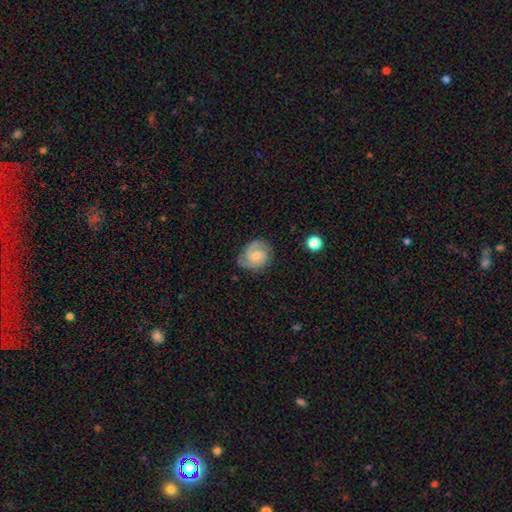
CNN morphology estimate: smooth-or-featured: featured or disk: 79% | smooth: 16% | star or artifact: 6%
  disk-edge-on: no: 98% | yes: 2%
    bar: no: 53% | weak: 41% | strong: 6%
    has-spiral-arms: yes: 96% | no: 4%
      spiral-winding: tight: 53% | medium: 39% | loose: 8%
      spiral-arm-count: 2: 69% | 3: 13% | can't tell: 10% | 1: 4% | 4: 2% | more than 4: 2%
    bulge-size: small: 55% | moderate: 36% | none: 6% | large: 2% | dominant: 1%
  merging: none: 77% | minor disturbance: 17% | major disturbance: 5% | merger: 1%